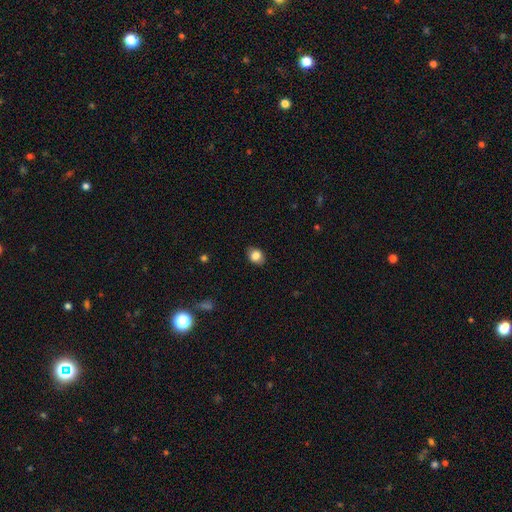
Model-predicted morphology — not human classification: Smooth or featured? Predicted: smooth (p=0.83). How rounded? Predicted: round (p=0.50). Merging? Predicted: none (p=0.84).